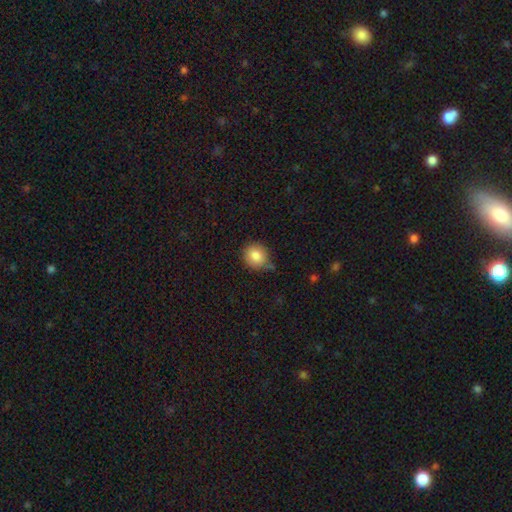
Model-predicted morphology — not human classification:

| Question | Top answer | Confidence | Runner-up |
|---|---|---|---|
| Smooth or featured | smooth | 84% | star or artifact (9%) |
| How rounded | round | 82% | in between (17%) |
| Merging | none | 72% | minor disturbance (19%) |